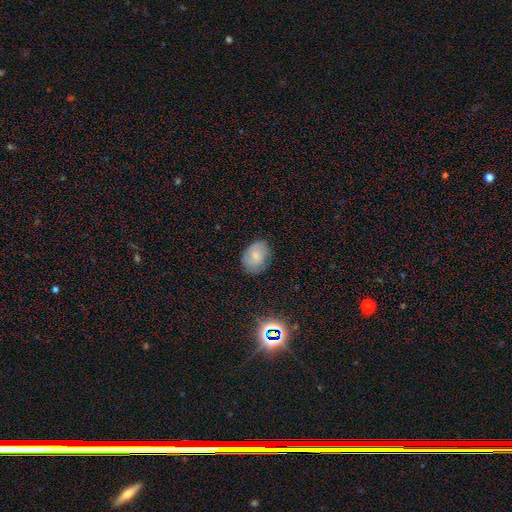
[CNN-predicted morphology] Q: Smooth or featured?
A: smooth (75%); runner-up: featured or disk (16%)
Q: How rounded?
A: in between (70%); runner-up: round (29%)
Q: Merging?
A: none (75%); runner-up: minor disturbance (19%)